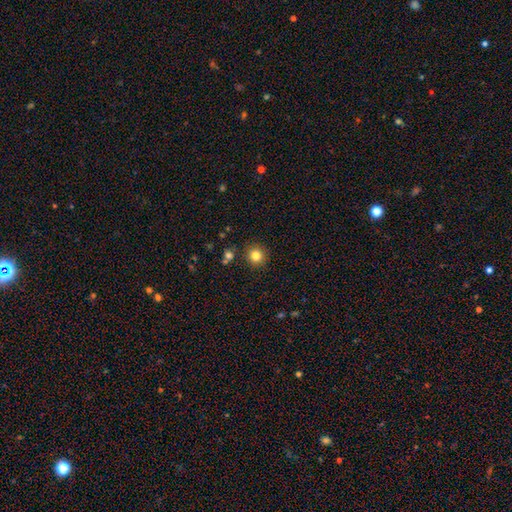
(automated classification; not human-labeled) Q: Smooth or featured?
A: smooth (82%); runner-up: star or artifact (12%)
Q: How rounded?
A: round (92%); runner-up: in between (8%)
Q: Merging?
A: none (88%); runner-up: minor disturbance (6%)